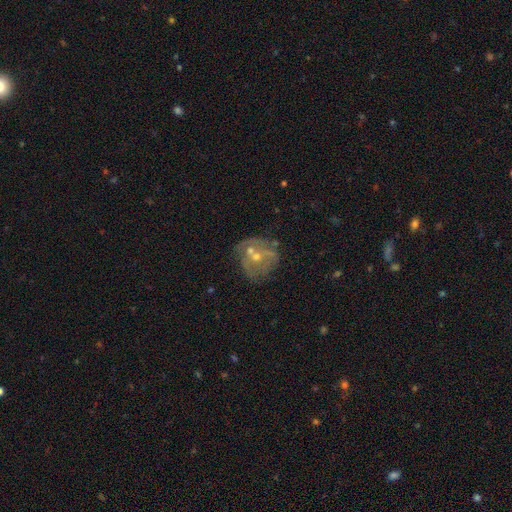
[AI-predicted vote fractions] Smooth or featured?
  - featured or disk: 63% *
  - smooth: 24%
  - star or artifact: 13%
Edge-on disk?
  - no: 97% *
  - yes: 3%
Bar?
  - no: 68% *
  - weak: 25%
  - strong: 7%
Spiral arms?
  - yes: 50% * (tied)
  - no: 50% * (tied)
Bulge size?
  - small: 49% *
  - moderate: 44%
  - none: 4%
  - large: 2%
  - dominant: 1%
Merging?
  - none: 51% *
  - minor disturbance: 19%
  - major disturbance: 15%
  - merger: 15%